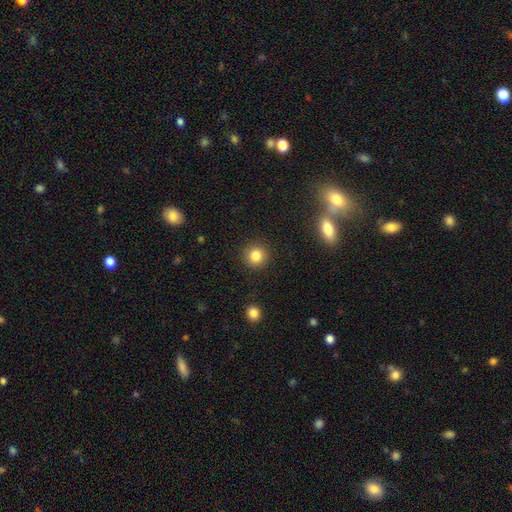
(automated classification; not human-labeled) A smooth galaxy with no disk features (83%) that is round (92%).

Vote fractions:
- Smooth or featured? smooth: 83% / star or artifact: 12% / featured or disk: 5%
- How rounded? round: 92% / in between: 7% / cigar-shaped: 1%
- Merging? none: 91% / minor disturbance: 6% / major disturbance: 2% / merger: 1%